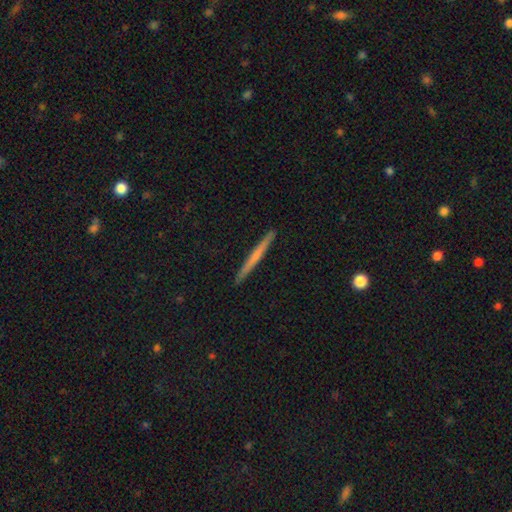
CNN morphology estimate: type=featured or disk (47%, tied with smooth); merging=none (93%).